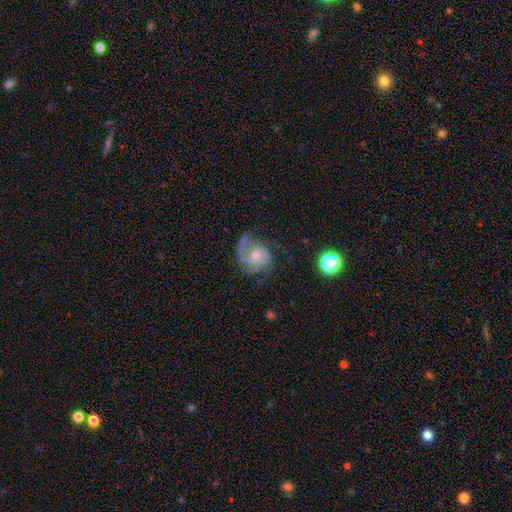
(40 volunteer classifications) This is clearly a featured or disk galaxy (82%). It is clearly not viewed edge-on (100%). Bar: likely no (79%). Spiral arm pattern: clearly yes (97%). Spiral arm count: marginally 3 (41%). Spiral winding: possibly medium (59%). Central bulge: likely small (79%). Merging: possibly none (54%).